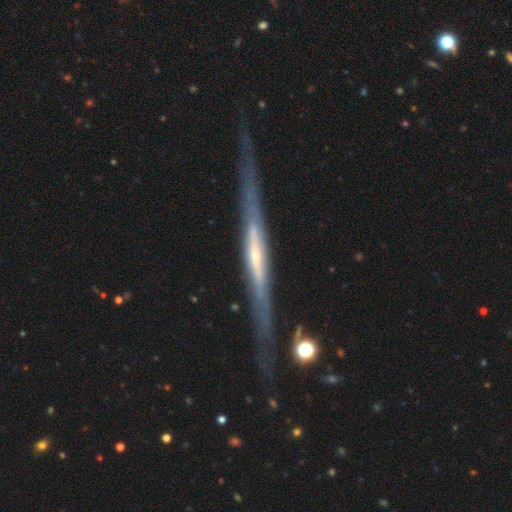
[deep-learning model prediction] Q: Smooth or featured?
A: featured or disk (79%); runner-up: smooth (16%)
Q: Edge-on disk?
A: yes (94%); runner-up: no (6%)
Q: Edge-on bulge?
A: none (55%); runner-up: rounded (32%)
Q: Merging?
A: none (77%); runner-up: minor disturbance (16%)